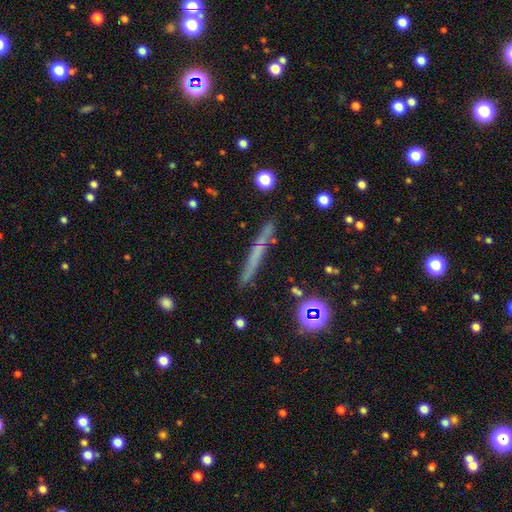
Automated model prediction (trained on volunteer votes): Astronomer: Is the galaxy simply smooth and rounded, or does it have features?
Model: smooth — 45% (runner-up: featured or disk, 41%).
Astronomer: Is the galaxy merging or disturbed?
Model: none — 82%.